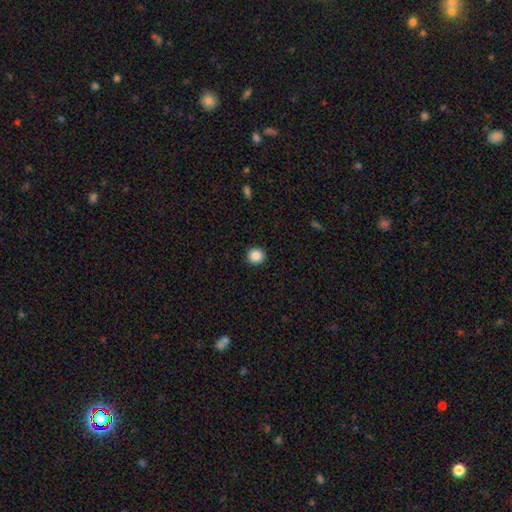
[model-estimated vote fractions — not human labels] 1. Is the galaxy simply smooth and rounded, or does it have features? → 87% smooth, 9% star or artifact, 3% featured or disk.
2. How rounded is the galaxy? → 91% round, 8% in between, 1% cigar-shaped.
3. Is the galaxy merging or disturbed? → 93% none, 5% minor disturbance, 2% major disturbance, 1% merger.